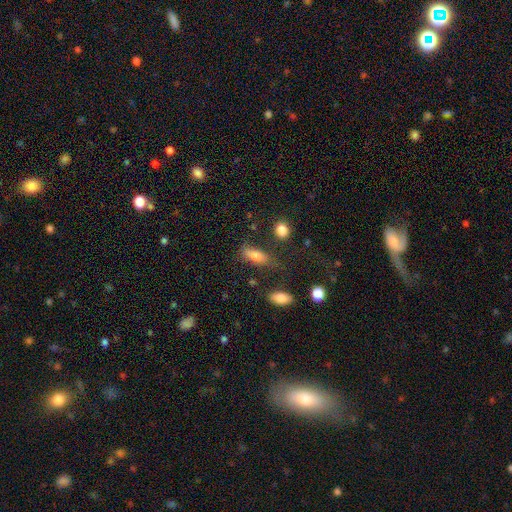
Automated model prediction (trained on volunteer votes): smooth-or-featured: smooth: 79% | featured or disk: 12% | star or artifact: 9%
  how-rounded: in between: 69% | cigar-shaped: 27% | round: 4%
  merging: none: 62% | minor disturbance: 23% | major disturbance: 9% | merger: 6%